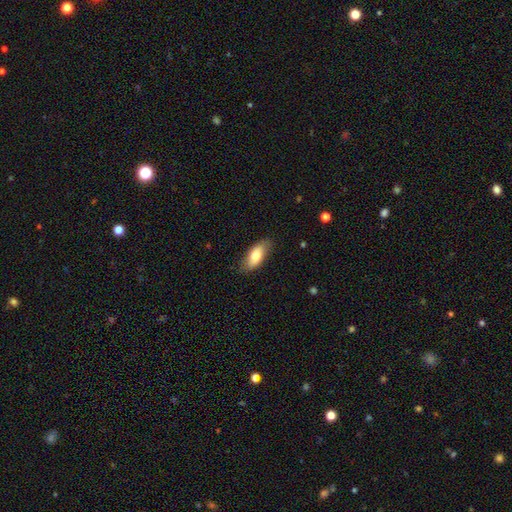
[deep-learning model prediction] Smooth or featured? smooth (74%)
How rounded? in between (84%)
Merging? none (80%)